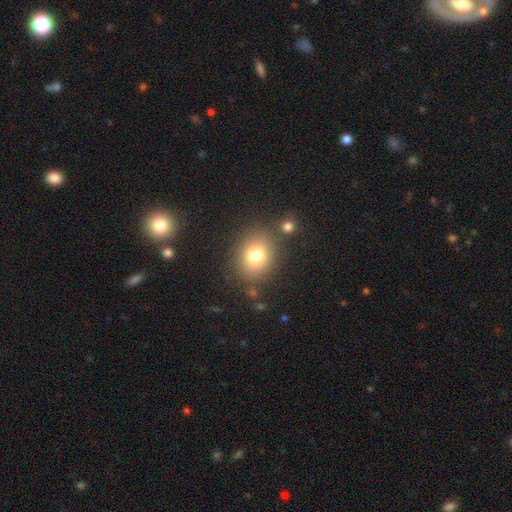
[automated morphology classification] This appears to be a smooth galaxy with no disk features (78%) that is round (62%). Merging: none (79%).